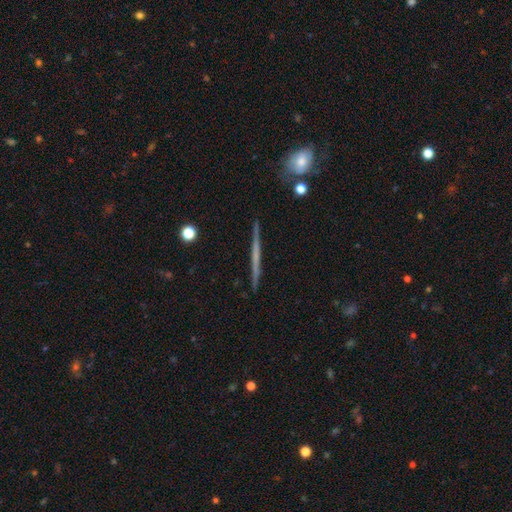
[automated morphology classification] The model was most divided on "smooth or featured": featured or disk: 64%, smooth: 29%, star or artifact: 6%. More confident: edge-on disk — yes (98%); merging — none (91%); edge-on bulge — none (80%).